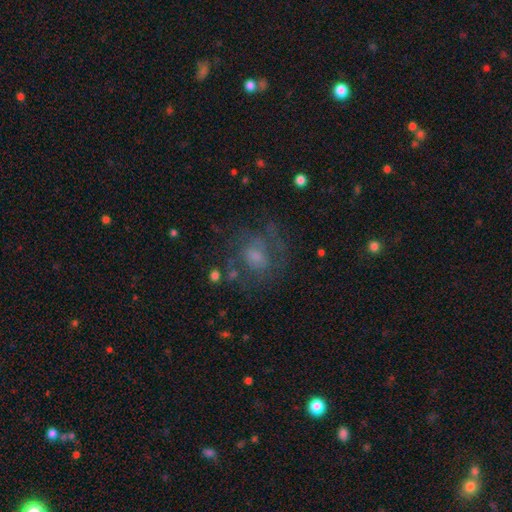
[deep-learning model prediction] Morphology: type=featured or disk (49%); merging=none (54%).